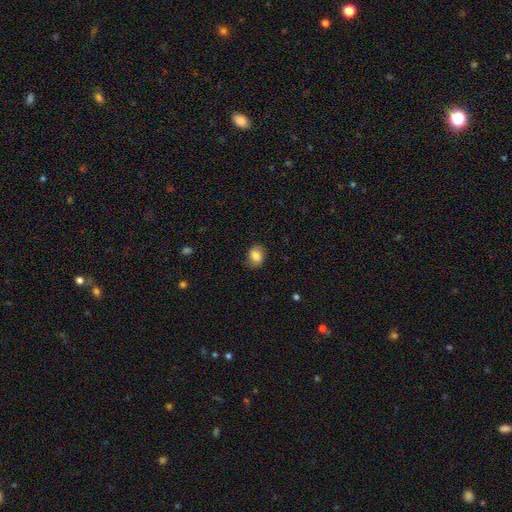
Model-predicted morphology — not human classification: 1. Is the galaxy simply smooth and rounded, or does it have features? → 82% smooth, 9% featured or disk, 9% star or artifact.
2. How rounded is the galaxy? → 51% round, 48% in between, 1% cigar-shaped.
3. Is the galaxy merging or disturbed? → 80% none, 15% minor disturbance, 4% major disturbance, 1% merger.